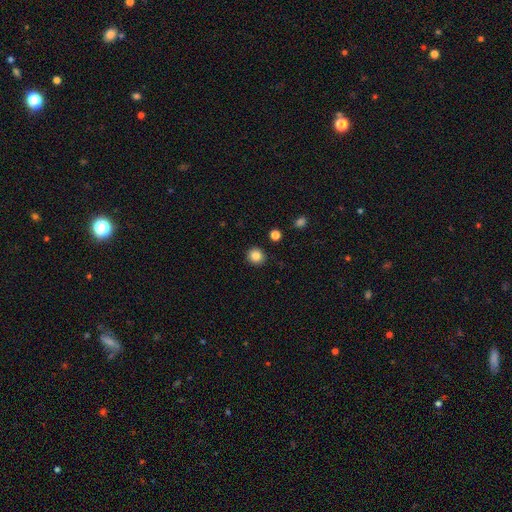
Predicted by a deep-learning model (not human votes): This is clearly a smooth galaxy (85%). How rounded: clearly round (91%). Merging: clearly none (91%).